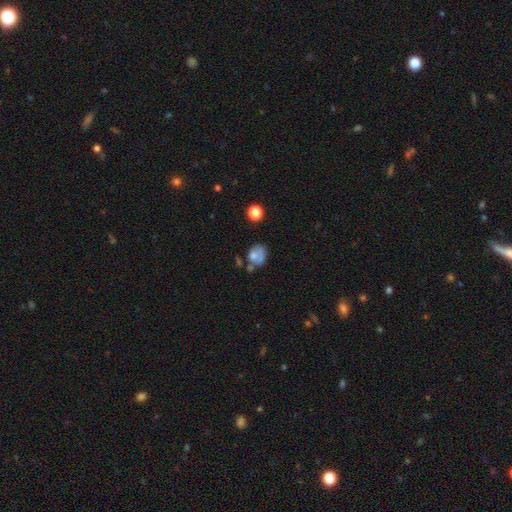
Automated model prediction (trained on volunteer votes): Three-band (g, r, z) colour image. It shows a smooth galaxy with no disk features (60%) that is in between round and cigar-shaped (59%). Merging: none (35%).